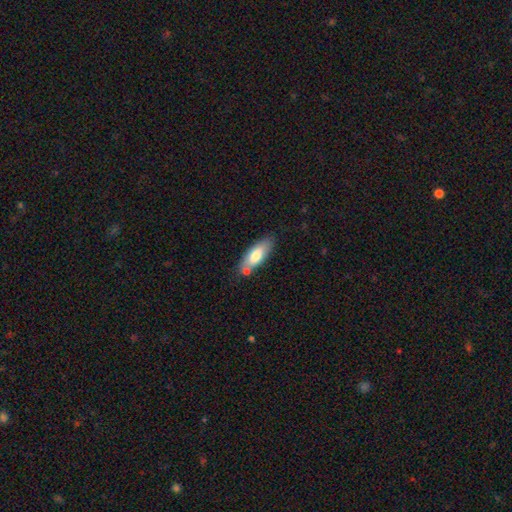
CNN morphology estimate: smooth-or-featured: smooth: 73% | featured or disk: 21% | star or artifact: 6%
  how-rounded: in between: 69% | cigar-shaped: 29% | round: 2%
  merging: none: 67% | minor disturbance: 17% | merger: 12% | major disturbance: 4%